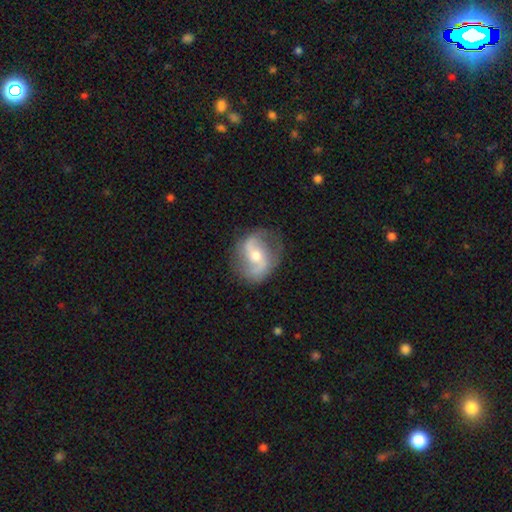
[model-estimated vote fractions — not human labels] smooth-or-featured: featured or disk: 83% | smooth: 11% | star or artifact: 6%
  disk-edge-on: no: 97% | yes: 3%
    bar: weak: 41% | no: 39% | strong: 21%
    has-spiral-arms: yes: 94% | no: 6%
      spiral-winding: loose: 51% | medium: 38% | tight: 11%
      spiral-arm-count: 2: 91% | can't tell: 3% | 1: 2% | 3: 1% | 4: 1% | more than 4: 1%
    bulge-size: moderate: 61% | small: 34% | large: 3% | none: 1% | dominant: 1%
  merging: none: 79% | minor disturbance: 14% | major disturbance: 6% | merger: 1%